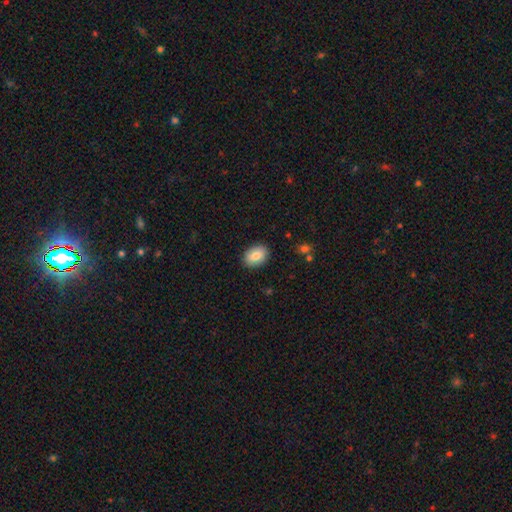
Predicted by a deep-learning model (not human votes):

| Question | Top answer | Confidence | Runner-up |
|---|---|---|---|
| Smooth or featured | smooth | 84% | featured or disk (9%) |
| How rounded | in between | 79% | round (20%) |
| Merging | none | 89% | minor disturbance (8%) |